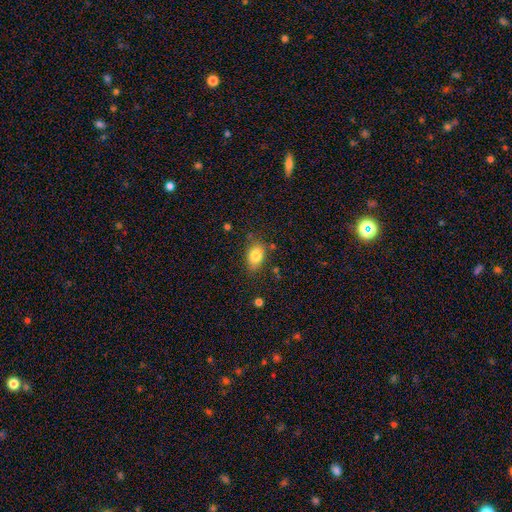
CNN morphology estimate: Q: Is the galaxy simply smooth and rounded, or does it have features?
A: smooth — 82%.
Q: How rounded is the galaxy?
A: in between — 81%.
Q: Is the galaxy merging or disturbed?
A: none — 73%.